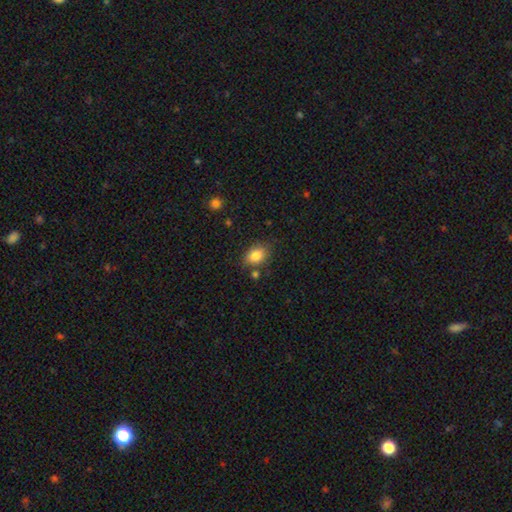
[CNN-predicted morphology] Q: Smooth or featured?
A: smooth (85%); runner-up: star or artifact (9%)
Q: How rounded?
A: in between (73%); runner-up: round (26%)
Q: Merging?
A: none (74%); runner-up: minor disturbance (15%)